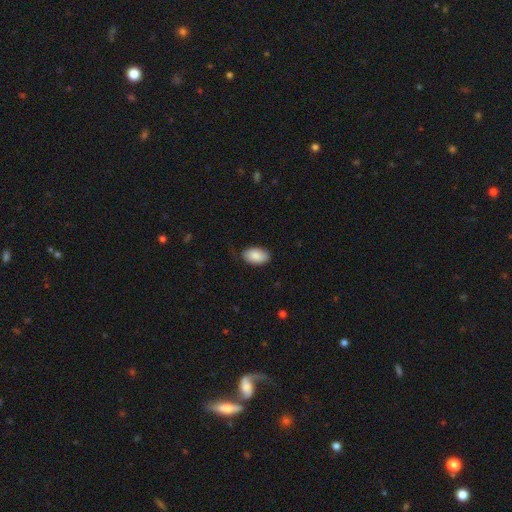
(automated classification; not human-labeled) This is clearly a smooth galaxy (87%). How rounded: clearly in between (93%). Merging: likely none (75%).